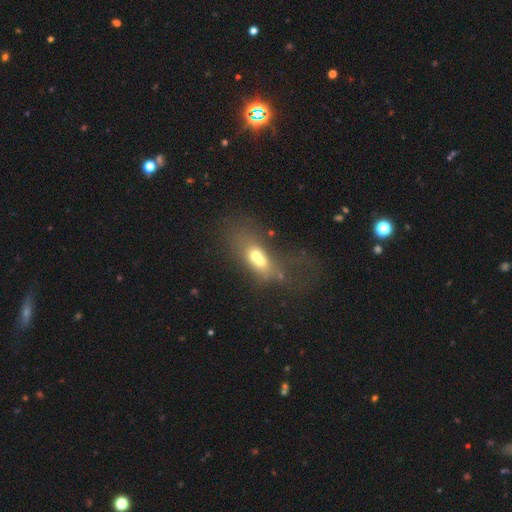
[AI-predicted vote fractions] smooth-or-featured: smooth: 50% | featured or disk: 35% | star or artifact: 15%
  merging: merger: 67% | none: 15% | major disturbance: 11% | minor disturbance: 7%